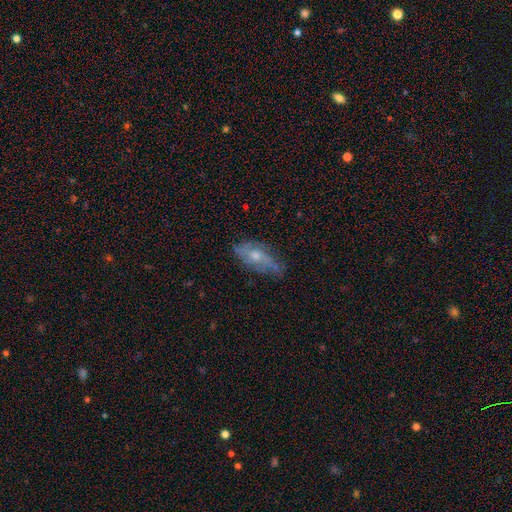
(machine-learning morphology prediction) Smooth or featured?
  - featured or disk: 55% *
  - smooth: 36%
  - star or artifact: 10%
Edge-on disk?
  - no: 79% *
  - yes: 21%
Merging?
  - none: 60% *
  - minor disturbance: 29%
  - major disturbance: 9%
  - merger: 2%